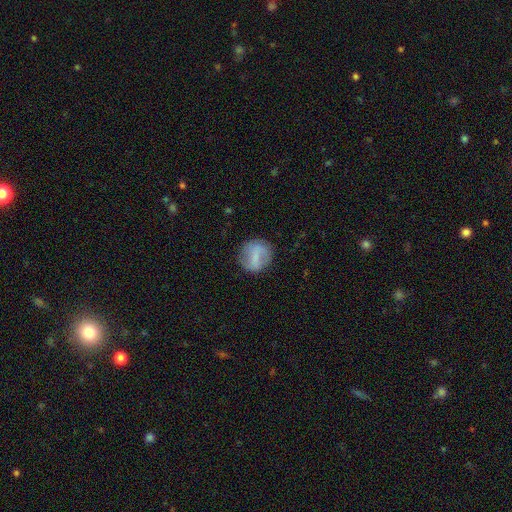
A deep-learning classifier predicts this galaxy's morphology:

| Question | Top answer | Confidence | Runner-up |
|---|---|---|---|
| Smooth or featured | smooth | 57% | featured or disk (35%) |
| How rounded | round | 79% | in between (19%) |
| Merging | none | 75% | minor disturbance (16%) |